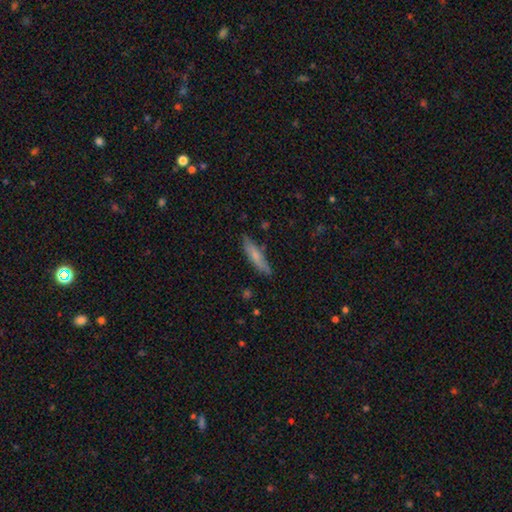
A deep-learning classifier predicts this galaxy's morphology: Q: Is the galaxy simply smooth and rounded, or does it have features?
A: smooth — 65%.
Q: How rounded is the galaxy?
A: cigar-shaped — 80%.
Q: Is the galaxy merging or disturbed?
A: none — 79%.